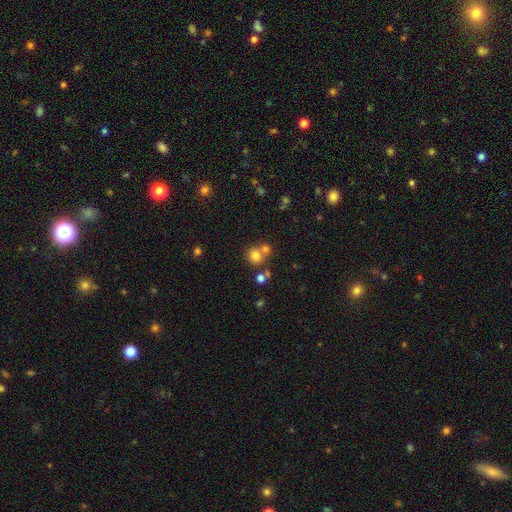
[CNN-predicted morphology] type=smooth (75%); roundness=round (87%); merging=none (57%).